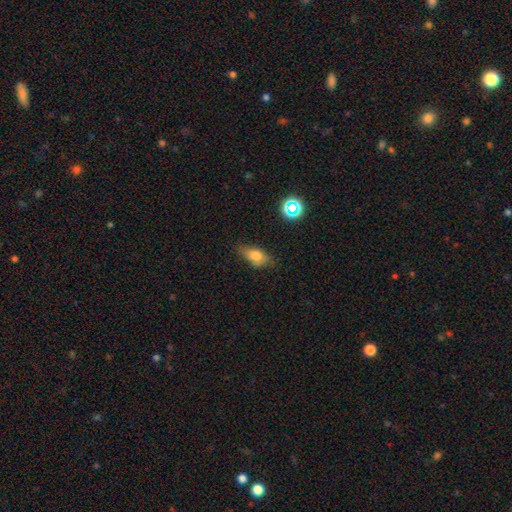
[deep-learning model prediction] Morphology: type=smooth (74%); roundness=in between (82%); merging=none (68%).